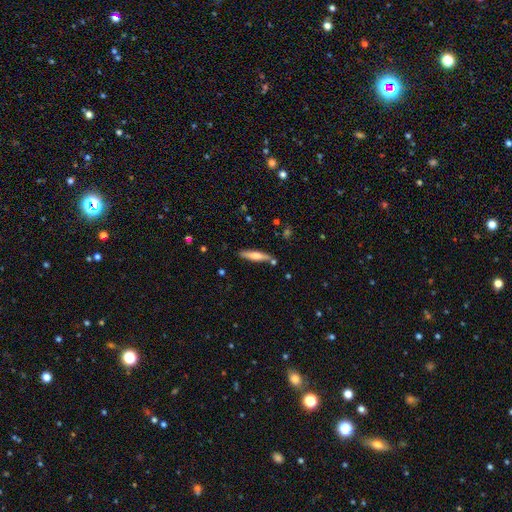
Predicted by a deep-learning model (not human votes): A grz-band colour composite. It shows a smooth galaxy with no disk features (58%) that is cigar-shaped (83%). Merging: none (78%).